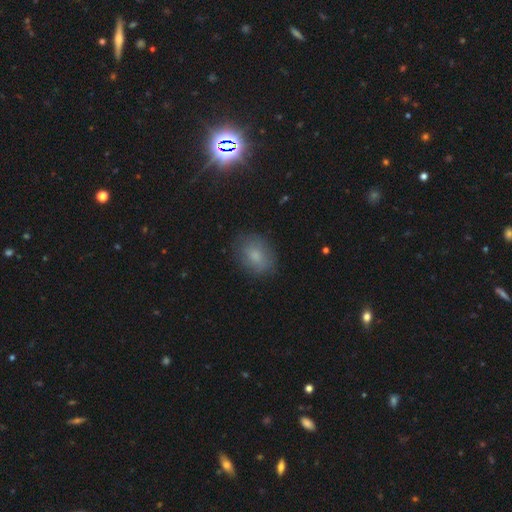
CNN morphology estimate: The model was most divided on "how rounded": in between: 65%, round: 34%, cigar-shaped: 1%. More confident: merging — none (79%); smooth or featured — smooth (75%).